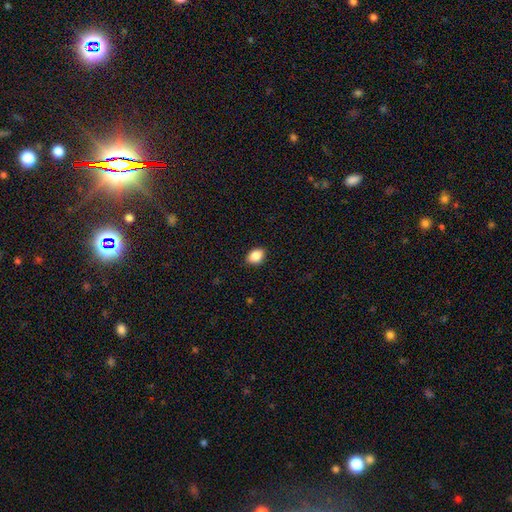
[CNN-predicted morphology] Q: Smooth or featured?
A: smooth (86%); runner-up: star or artifact (8%)
Q: How rounded?
A: in between (73%); runner-up: round (26%)
Q: Merging?
A: none (87%); runner-up: minor disturbance (10%)